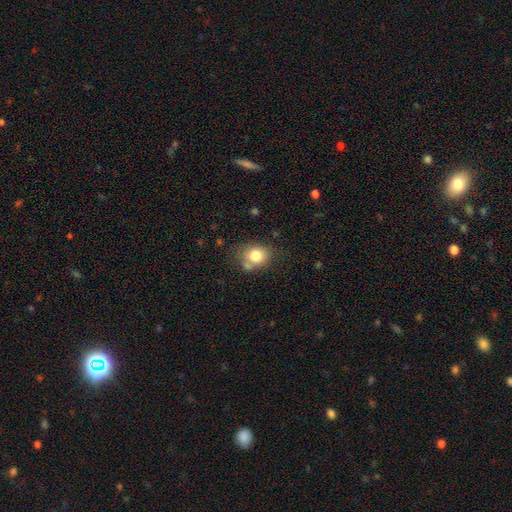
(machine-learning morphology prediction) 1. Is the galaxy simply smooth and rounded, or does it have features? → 79% smooth, 11% featured or disk, 10% star or artifact.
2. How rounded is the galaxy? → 62% round, 37% in between, 1% cigar-shaped.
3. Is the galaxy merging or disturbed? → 67% none, 19% minor disturbance, 9% merger, 6% major disturbance.